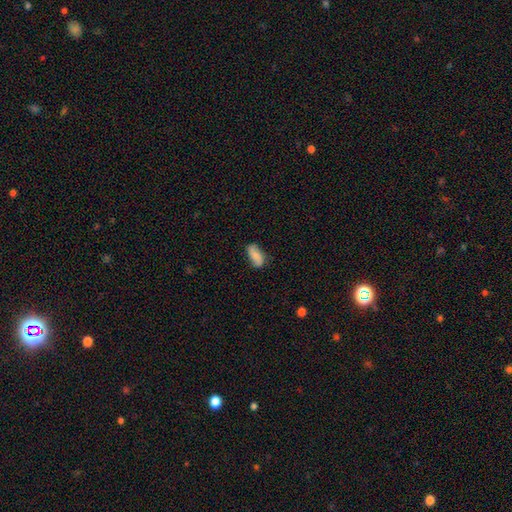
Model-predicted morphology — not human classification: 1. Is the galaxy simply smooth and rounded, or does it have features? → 73% smooth, 19% featured or disk, 7% star or artifact.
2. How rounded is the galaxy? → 87% in between, 10% cigar-shaped, 3% round.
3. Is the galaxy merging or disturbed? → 72% none, 22% minor disturbance, 5% major disturbance, 2% merger.